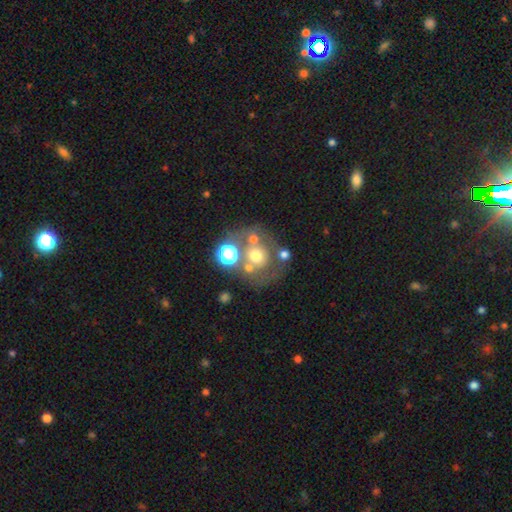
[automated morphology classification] This appears to be a smooth galaxy with no disk features (50%). Merging: none (54%).